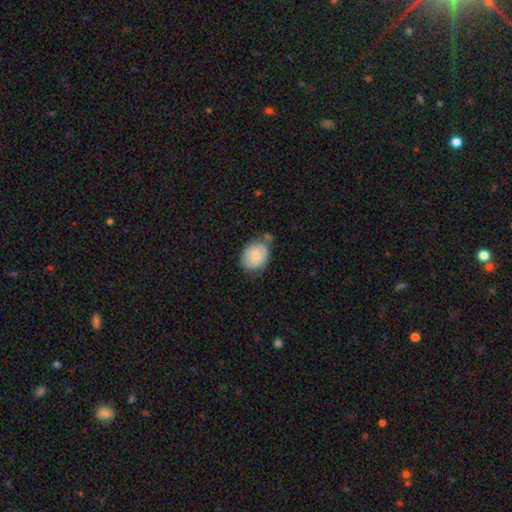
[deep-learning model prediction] Smooth or featured: smooth — 75% (featured or disk — 18%)
How rounded: in between — 57% (round — 42%)
Merging: none — 57% (minor disturbance — 27%)